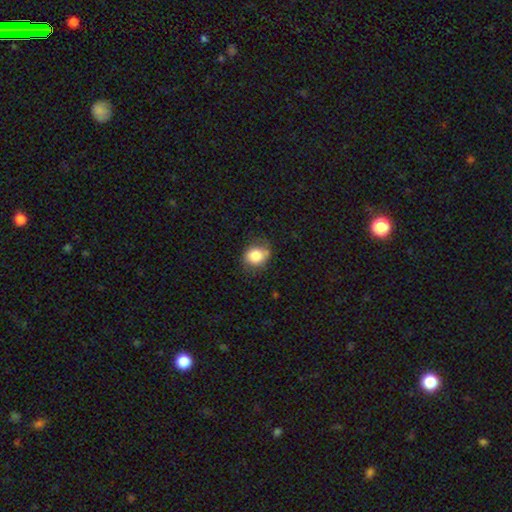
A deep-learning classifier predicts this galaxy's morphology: A smooth galaxy with no disk features (81%) that is round (57%).

Vote fractions:
- Smooth or featured? smooth: 81% / star or artifact: 9% / featured or disk: 9%
- How rounded? round: 57% / in between: 42% / cigar-shaped: 1%
- Merging? none: 66% / minor disturbance: 26% / major disturbance: 6% / merger: 2%